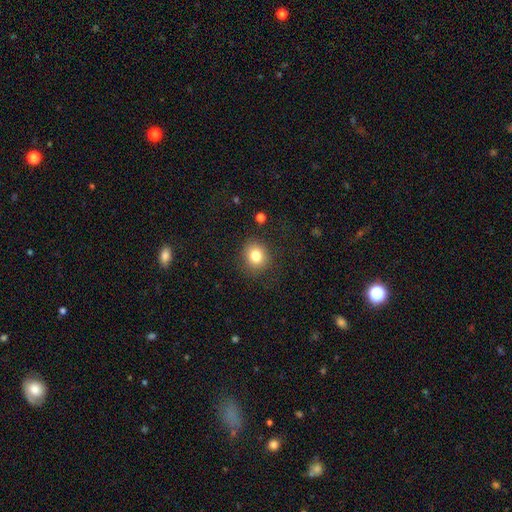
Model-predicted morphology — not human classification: Smooth or featured?
  - smooth: 81% *
  - star or artifact: 11%
  - featured or disk: 8%
How rounded?
  - round: 81% *
  - in between: 18%
  - cigar-shaped: 1%
Merging?
  - none: 84% *
  - minor disturbance: 10%
  - major disturbance: 4%
  - merger: 2%